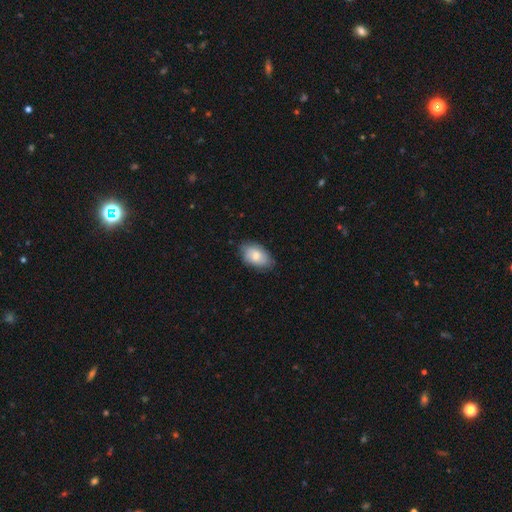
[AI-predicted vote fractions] Smooth or featured?
  - smooth: 75% *
  - featured or disk: 19%
  - star or artifact: 7%
How rounded?
  - in between: 91% *
  - round: 7%
  - cigar-shaped: 2%
Merging?
  - none: 75% *
  - minor disturbance: 20%
  - major disturbance: 3%
  - merger: 1%